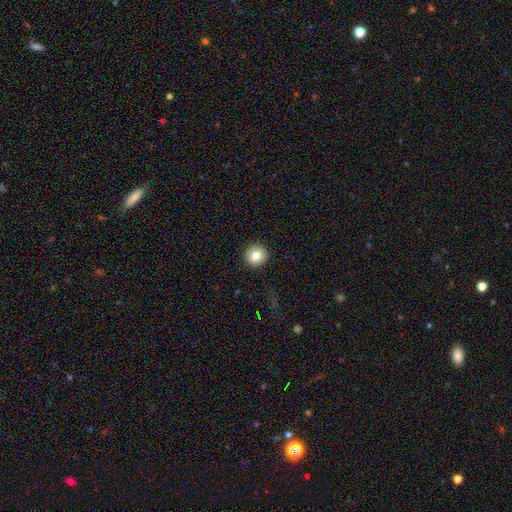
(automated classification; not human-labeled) A smooth galaxy with no disk features (81%) that is round (95%).

Vote fractions:
- Smooth or featured? smooth: 81% / star or artifact: 10% / featured or disk: 9%
- How rounded? round: 95% / in between: 4% / cigar-shaped: 1%
- Merging? none: 93% / minor disturbance: 5% / major disturbance: 2% / merger: 1%